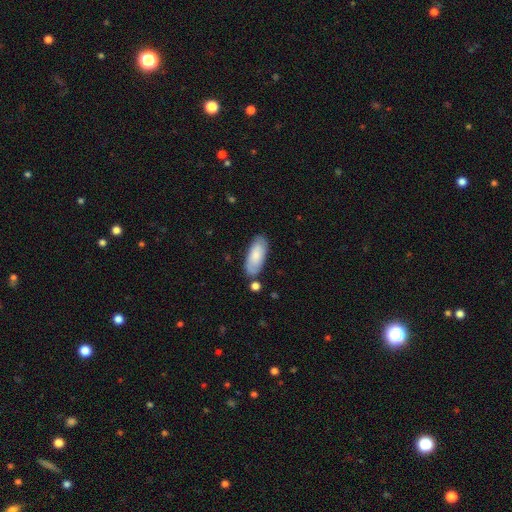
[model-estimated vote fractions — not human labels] A smooth galaxy with no disk features (77%) that is in between round and cigar-shaped (84%). Merging: none (74%).